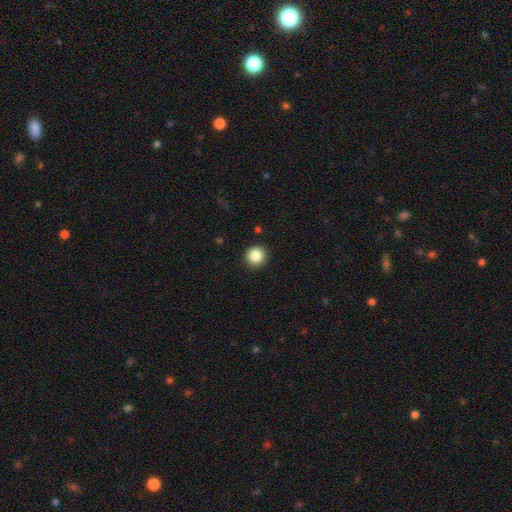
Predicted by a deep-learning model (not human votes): A smooth galaxy with no disk features (86%) that is round (94%). Merging: none (92%).